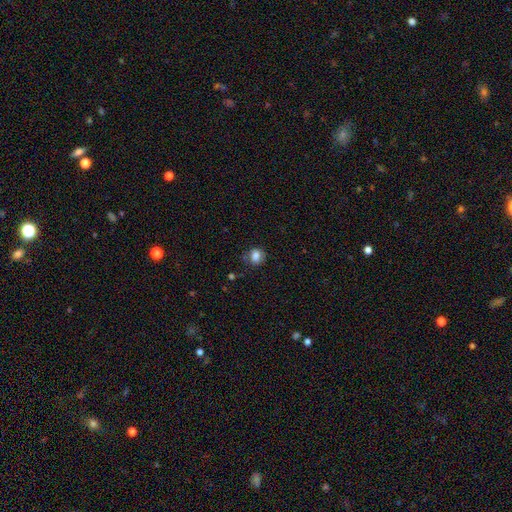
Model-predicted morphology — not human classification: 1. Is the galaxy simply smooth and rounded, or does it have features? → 81% smooth, 10% star or artifact, 8% featured or disk.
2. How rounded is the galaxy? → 60% round, 39% in between, 1% cigar-shaped.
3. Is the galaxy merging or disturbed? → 73% none, 19% minor disturbance, 6% major disturbance, 3% merger.